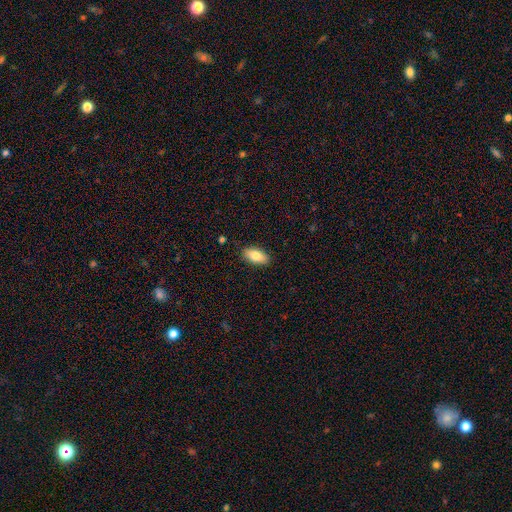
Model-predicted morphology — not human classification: Smooth or featured?
  - smooth: 81% *
  - featured or disk: 12%
  - star or artifact: 7%
How rounded?
  - in between: 91% *
  - cigar-shaped: 6%
  - round: 3%
Merging?
  - none: 88% *
  - minor disturbance: 9%
  - major disturbance: 2%
  - merger: 1%